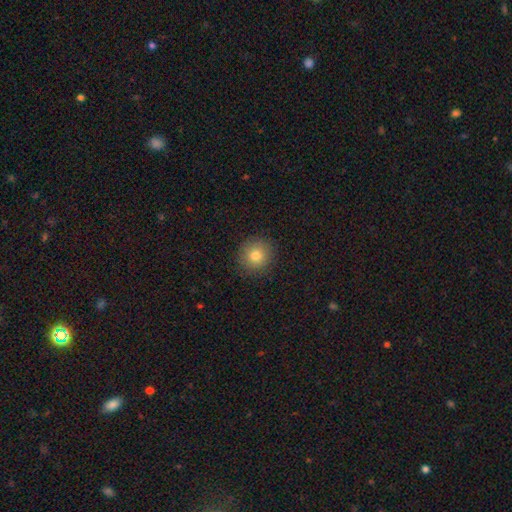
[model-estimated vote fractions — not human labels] Q: Smooth or featured?
A: smooth (79%); runner-up: star or artifact (11%)
Q: How rounded?
A: round (93%); runner-up: in between (6%)
Q: Merging?
A: none (89%); runner-up: minor disturbance (7%)